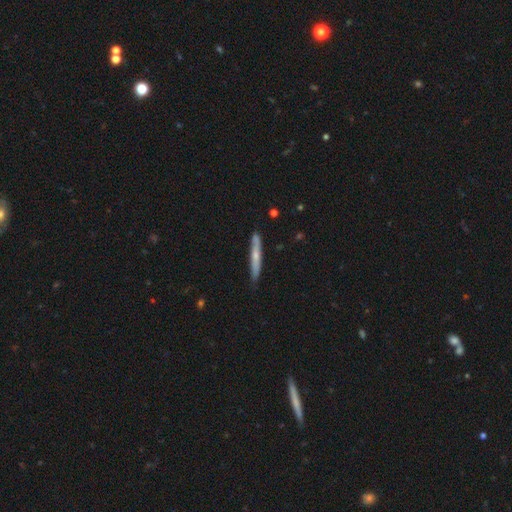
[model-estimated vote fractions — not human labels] smooth 49%, featured or disk 45%, star or artifact 6%. Down the decision tree: merging — none (85%).